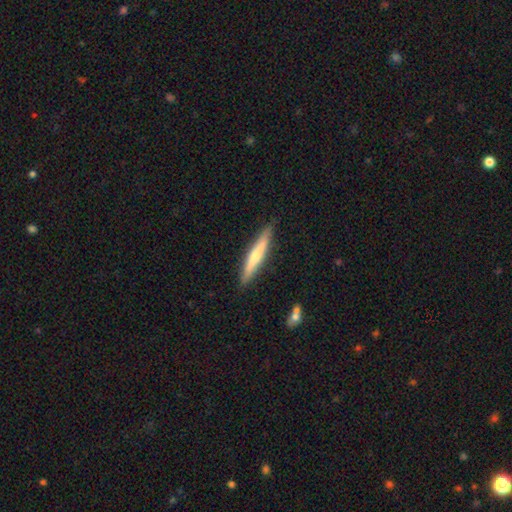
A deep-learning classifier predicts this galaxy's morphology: Smooth or featured: smooth — 50% (featured or disk — 45%)
Merging: none — 87% (minor disturbance — 9%)